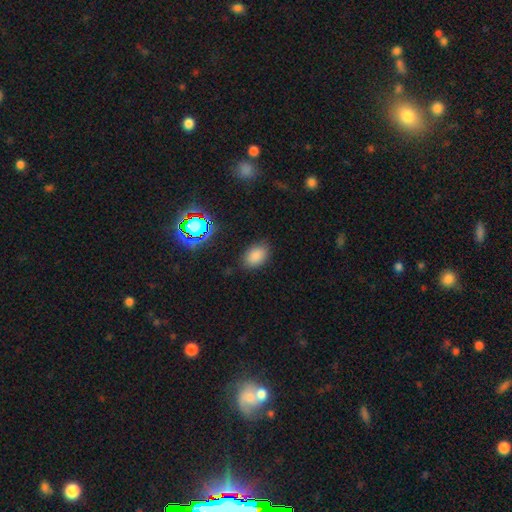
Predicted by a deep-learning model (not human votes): This appears to be a smooth galaxy with no disk features (81%) that is in between round and cigar-shaped (83%). Merging: none (82%).